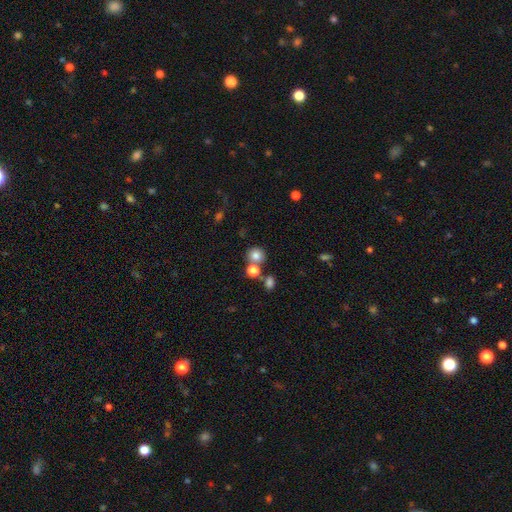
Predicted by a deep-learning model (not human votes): A smooth galaxy with no disk features (80%) that is round (85%). Merging: none (66%).